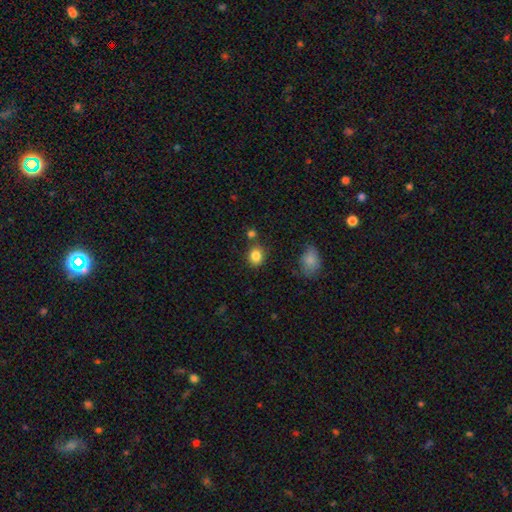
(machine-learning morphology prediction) This appears to be a smooth galaxy with no disk features (85%) that is round (60%). Merging: none (75%).